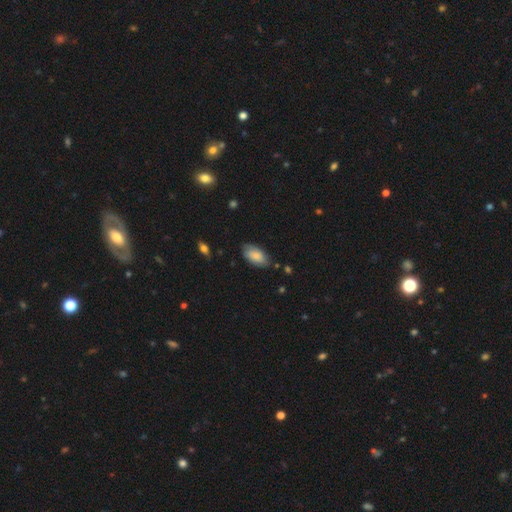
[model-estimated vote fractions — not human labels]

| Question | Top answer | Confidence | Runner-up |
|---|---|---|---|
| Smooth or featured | smooth | 82% | featured or disk (12%) |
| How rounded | in between | 94% | cigar-shaped (4%) |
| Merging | none | 76% | minor disturbance (19%) |